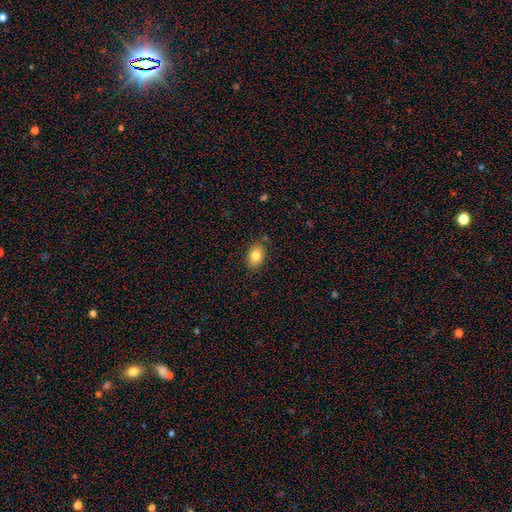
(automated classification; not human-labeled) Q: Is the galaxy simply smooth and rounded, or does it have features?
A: smooth — 83%.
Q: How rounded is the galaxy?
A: in between — 81%.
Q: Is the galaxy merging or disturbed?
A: none — 84%.